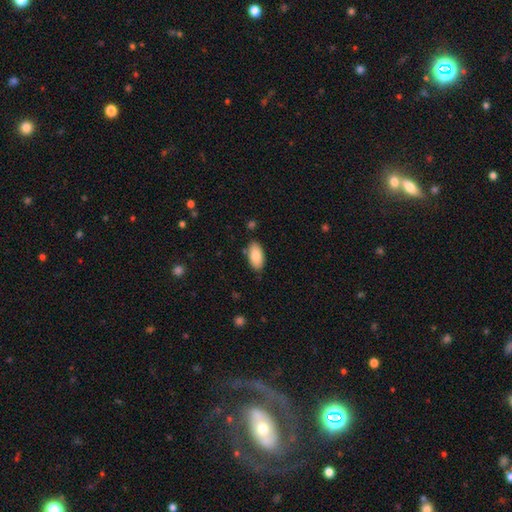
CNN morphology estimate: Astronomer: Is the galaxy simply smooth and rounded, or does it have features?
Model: smooth — 86%.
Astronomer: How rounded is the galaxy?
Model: in between — 93%.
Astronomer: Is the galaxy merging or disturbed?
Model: none — 83%.